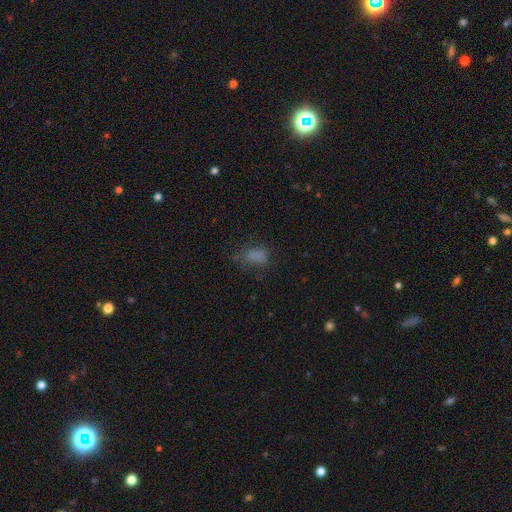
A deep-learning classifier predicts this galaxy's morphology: This appears to be a smooth galaxy with no disk features (71%) that is in between round and cigar-shaped (80%). Merging: none (52%).